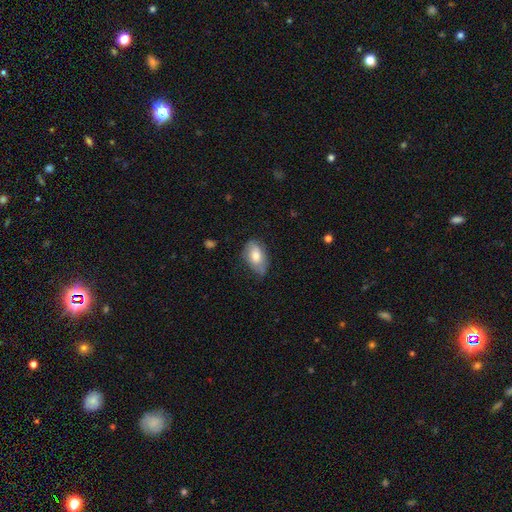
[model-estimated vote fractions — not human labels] smooth 73%, featured or disk 21%, star or artifact 7%. Down the decision tree: how rounded — in between (91%); merging — none (58%).